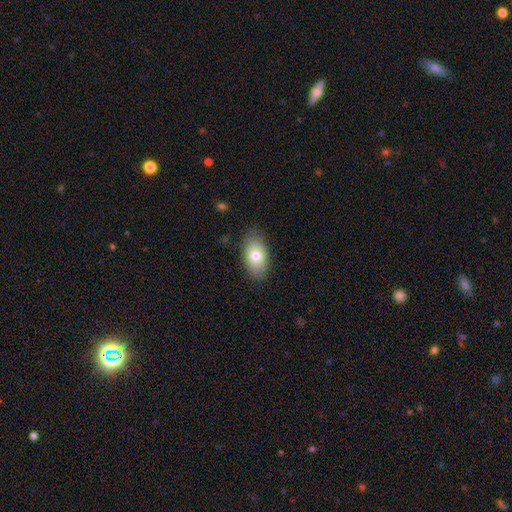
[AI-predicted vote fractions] Smooth or featured? smooth (77%)
How rounded? in between (92%)
Merging? none (84%)